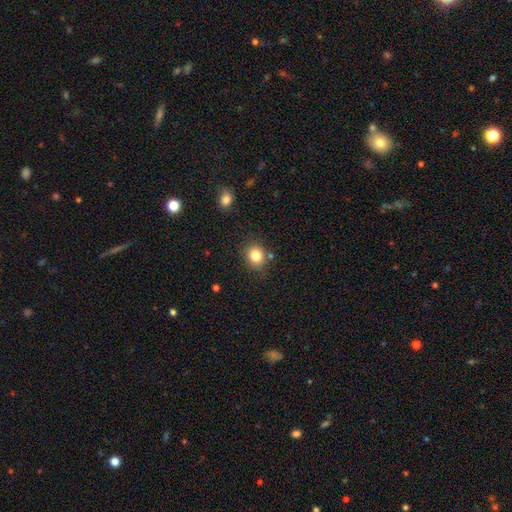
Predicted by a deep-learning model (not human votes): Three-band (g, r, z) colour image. It shows a smooth galaxy with no disk features (82%) that is round (76%). Merging: none (81%).